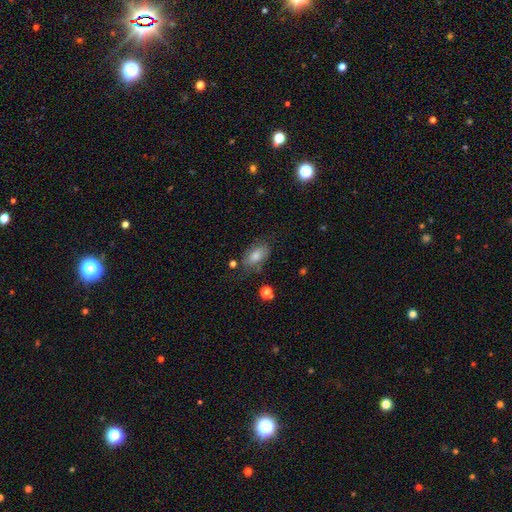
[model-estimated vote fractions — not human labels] A smooth galaxy with no disk features (63%) that is in between round and cigar-shaped (86%).

Vote fractions:
- Smooth or featured? smooth: 63% / featured or disk: 22% / star or artifact: 15%
- How rounded? in between: 86% / round: 10% / cigar-shaped: 4%
- Merging? none: 70% / minor disturbance: 20% / major disturbance: 7% / merger: 3%